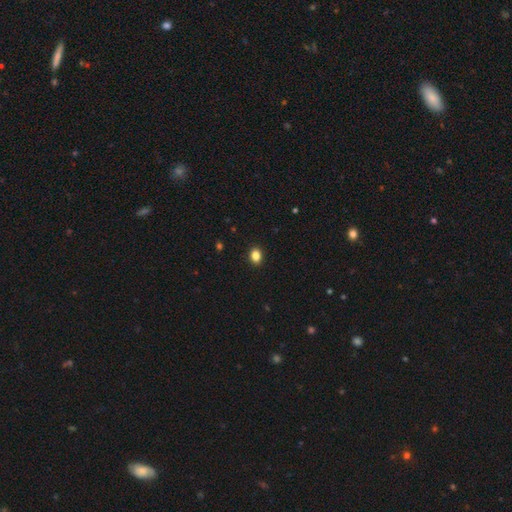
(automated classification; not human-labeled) The model was most divided on "how rounded": in between: 63%, round: 36%, cigar-shaped: 1%. More confident: merging — none (91%); smooth or featured — smooth (86%).